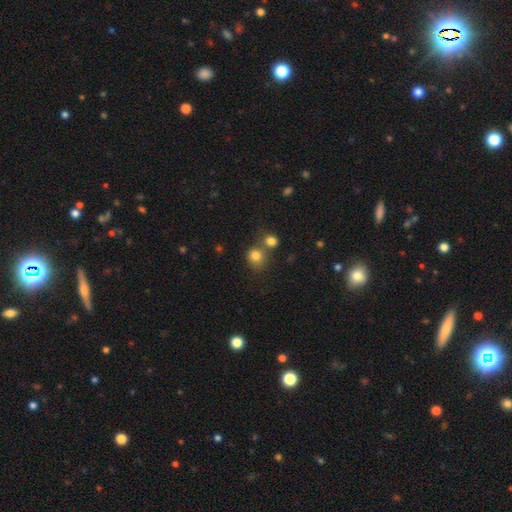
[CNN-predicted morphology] smooth-or-featured: smooth: 80% | star or artifact: 12% | featured or disk: 7%
  how-rounded: round: 80% | in between: 19% | cigar-shaped: 1%
  merging: none: 57% | merger: 29% | minor disturbance: 10% | major disturbance: 4%